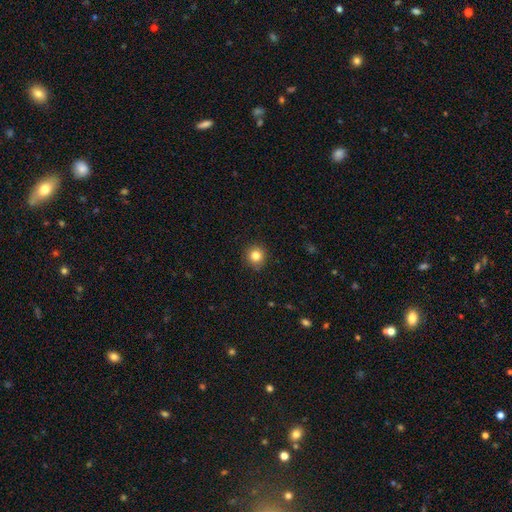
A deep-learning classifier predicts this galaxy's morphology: smooth 82%, star or artifact 11%, featured or disk 6%. Down the decision tree: how rounded — round (91%); merging — none (89%).